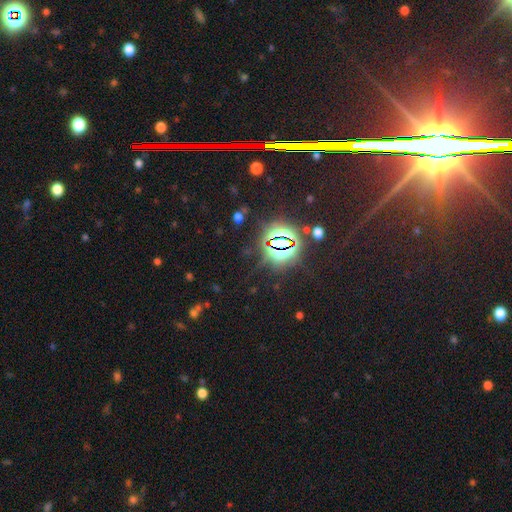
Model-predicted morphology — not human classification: type=star or artifact (80%).